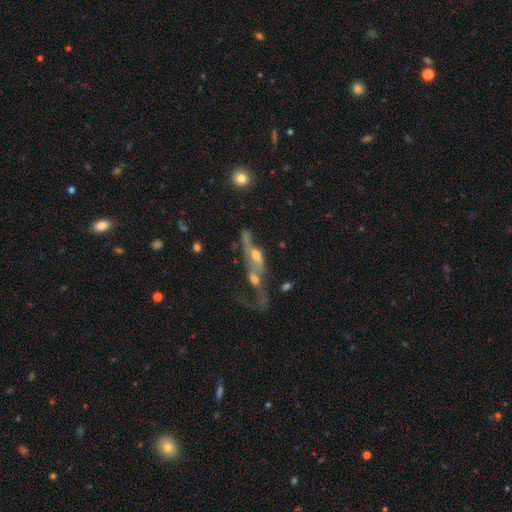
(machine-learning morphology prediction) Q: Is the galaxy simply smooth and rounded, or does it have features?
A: featured or disk — 62%.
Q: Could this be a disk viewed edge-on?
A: no — 72%.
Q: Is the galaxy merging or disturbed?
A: merger — 61%.